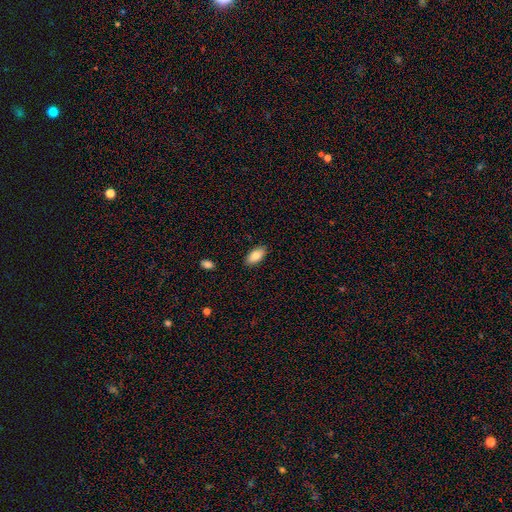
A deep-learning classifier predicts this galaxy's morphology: This is clearly a smooth galaxy (84%). How rounded: clearly in between (93%). Merging: clearly none (88%).